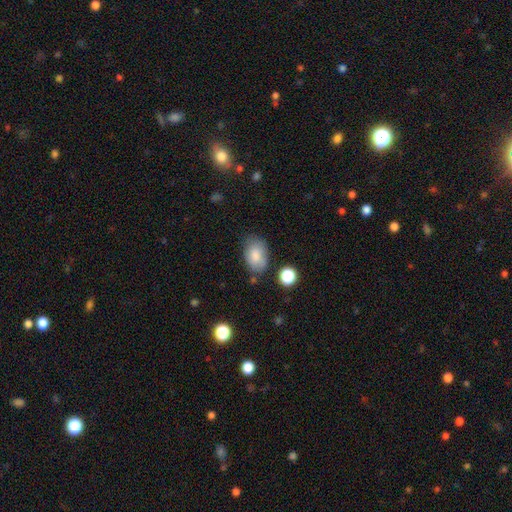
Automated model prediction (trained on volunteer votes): A smooth galaxy with no disk features (82%) that is in between round and cigar-shaped (88%).

Vote fractions:
- Smooth or featured? smooth: 82% / featured or disk: 10% / star or artifact: 8%
- How rounded? in between: 88% / round: 11% / cigar-shaped: 1%
- Merging? none: 66% / minor disturbance: 23% / major disturbance: 6% / merger: 5%